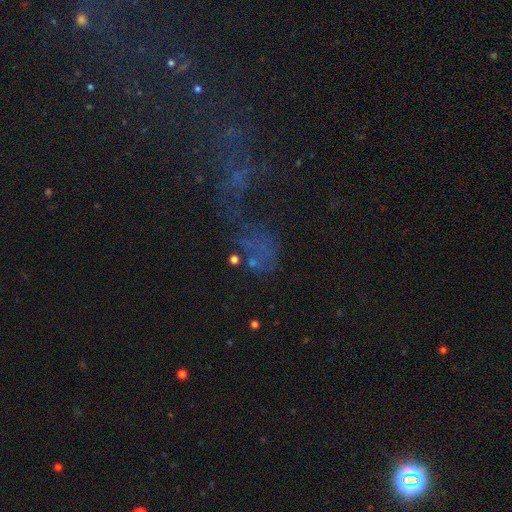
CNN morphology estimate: Smooth or featured? star or artifact (44%)